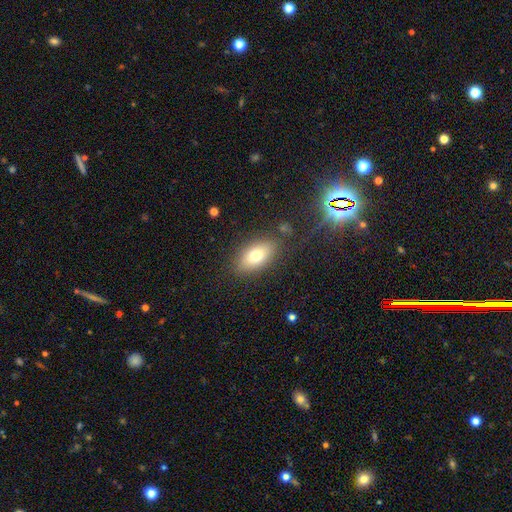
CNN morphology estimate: smooth 74%, featured or disk 17%, star or artifact 9%. Down the decision tree: how rounded — in between (88%); merging — none (82%).